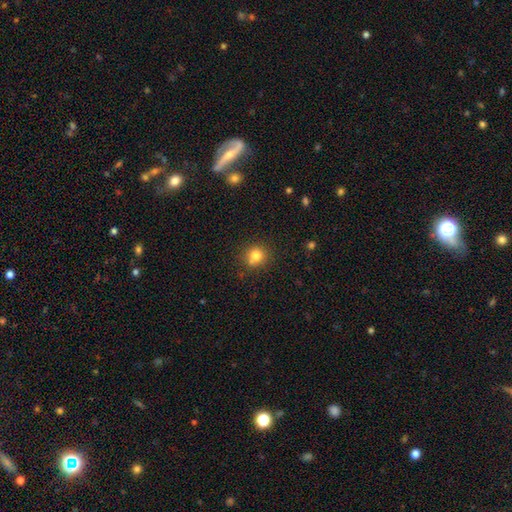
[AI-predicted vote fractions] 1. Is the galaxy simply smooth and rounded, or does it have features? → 79% smooth, 12% star or artifact, 8% featured or disk.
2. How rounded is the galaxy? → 81% round, 18% in between, 1% cigar-shaped.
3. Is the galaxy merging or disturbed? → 67% none, 15% minor disturbance, 14% merger, 4% major disturbance.